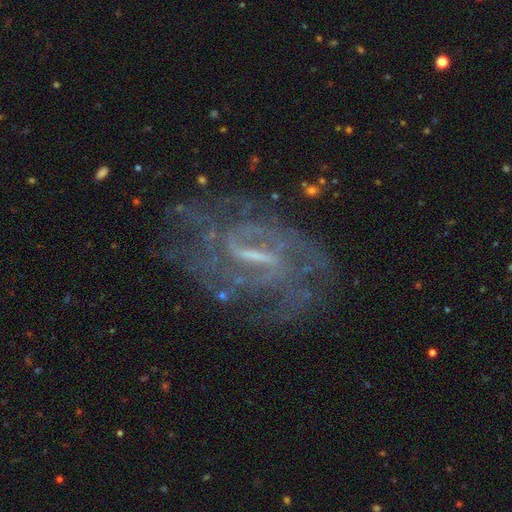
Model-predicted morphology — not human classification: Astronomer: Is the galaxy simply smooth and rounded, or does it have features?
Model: featured or disk — 85%.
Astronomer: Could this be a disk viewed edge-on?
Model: no — 95%.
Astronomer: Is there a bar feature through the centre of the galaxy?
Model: weak — 46% (runner-up: strong, 42%).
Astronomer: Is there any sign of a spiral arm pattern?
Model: yes — 89%.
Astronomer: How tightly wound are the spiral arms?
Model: tight — 42% (runner-up: medium, 41%).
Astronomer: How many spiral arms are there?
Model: can't tell — 38% (runner-up: 2, 31%).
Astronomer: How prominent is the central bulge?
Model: small — 44% (runner-up: none, 29%).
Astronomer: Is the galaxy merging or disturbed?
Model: none — 65%.